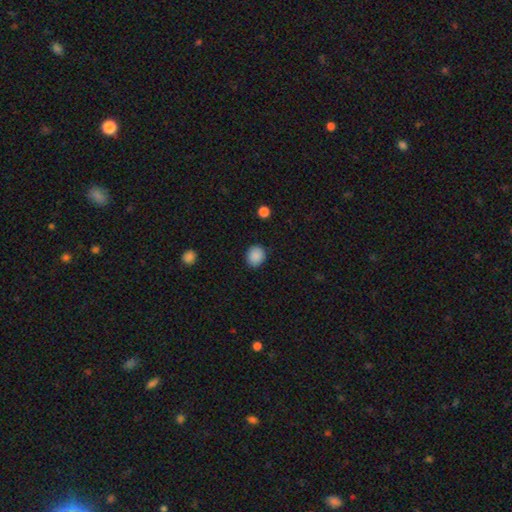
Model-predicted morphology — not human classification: A smooth galaxy with no disk features (88%) that is round (73%).

Vote fractions:
- Smooth or featured? smooth: 88% / star or artifact: 9% / featured or disk: 3%
- How rounded? round: 73% / in between: 26% / cigar-shaped: 1%
- Merging? none: 88% / minor disturbance: 9% / major disturbance: 2% / merger: 1%